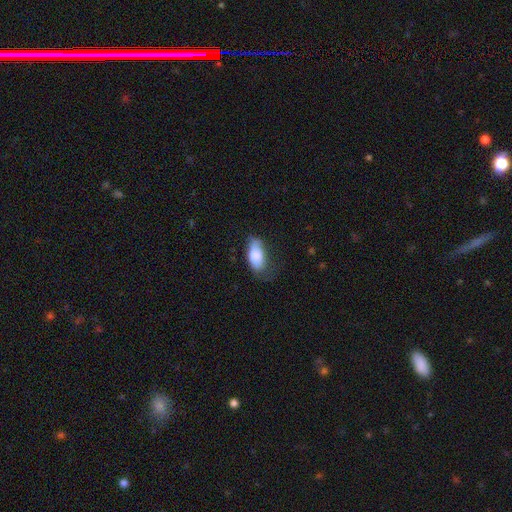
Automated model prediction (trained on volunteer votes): Smooth or featured: smooth — 79% (featured or disk — 15%)
How rounded: in between — 91% (cigar-shaped — 6%)
Merging: none — 42% (minor disturbance — 38%)